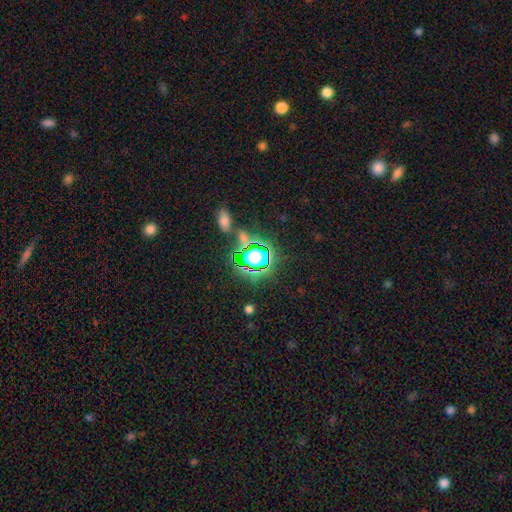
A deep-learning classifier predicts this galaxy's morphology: The model was most divided on "smooth or featured": star or artifact: 73%, smooth: 18%, featured or disk: 9%.